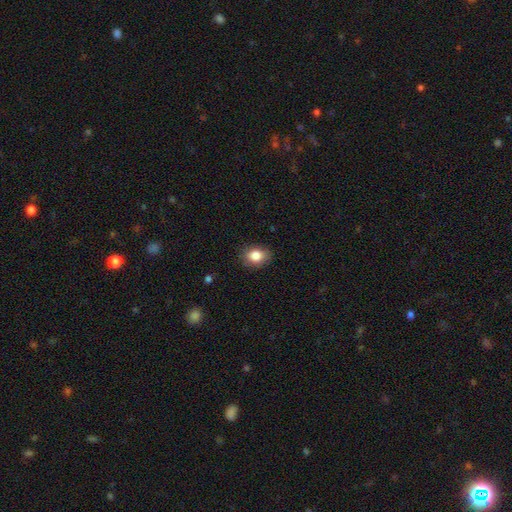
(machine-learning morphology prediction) Smooth or featured: smooth — 84% (star or artifact — 9%)
How rounded: in between — 60% (round — 38%)
Merging: none — 85% (minor disturbance — 12%)